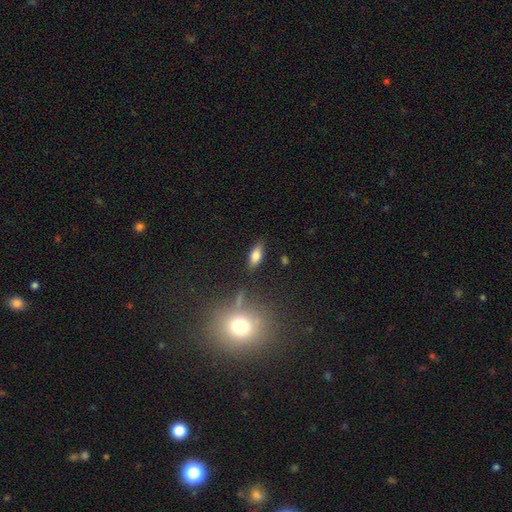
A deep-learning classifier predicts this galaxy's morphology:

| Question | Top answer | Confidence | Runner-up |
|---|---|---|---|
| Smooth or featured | smooth | 76% | featured or disk (15%) |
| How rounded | in between | 80% | cigar-shaped (17%) |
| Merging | none | 83% | minor disturbance (11%) |